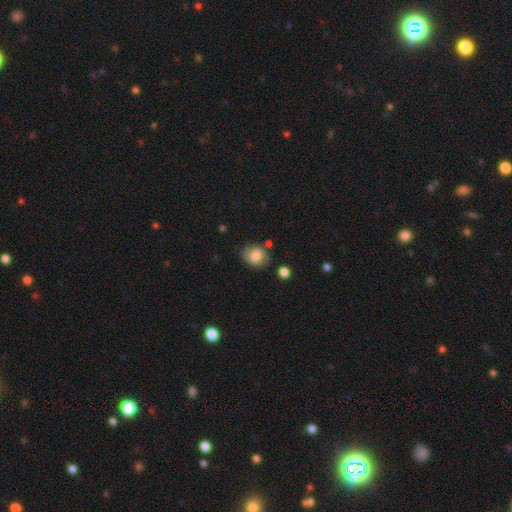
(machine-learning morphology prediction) Smooth or featured? Predicted: smooth (p=0.68). How rounded? Predicted: round (p=0.54). Merging? Predicted: none (p=0.72).